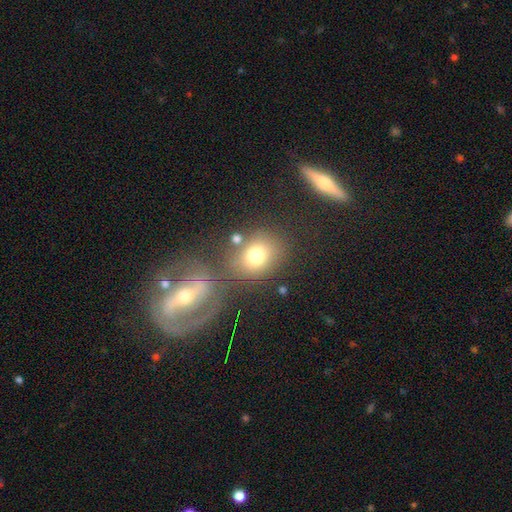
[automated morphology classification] A smooth galaxy with no disk features (74%) that is round (58%). Merging: none (61%).